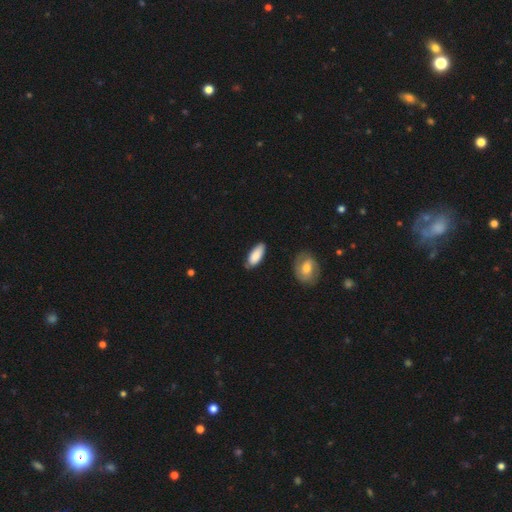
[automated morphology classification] Smooth or featured? smooth (84%)
How rounded? in between (82%)
Merging? none (74%)